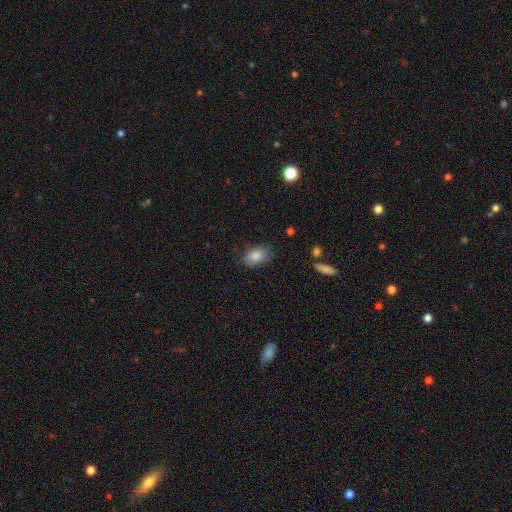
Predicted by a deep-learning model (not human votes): Overall: smooth (83%). How rounded: in between (85%). Merging: none (78%).